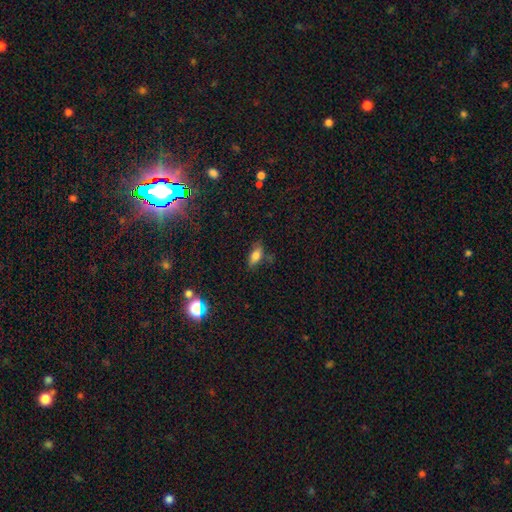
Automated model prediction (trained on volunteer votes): smooth-or-featured: smooth: 74% | featured or disk: 15% | star or artifact: 11%
  how-rounded: in between: 79% | cigar-shaped: 17% | round: 5%
  merging: none: 70% | minor disturbance: 21% | major disturbance: 5% | merger: 4%